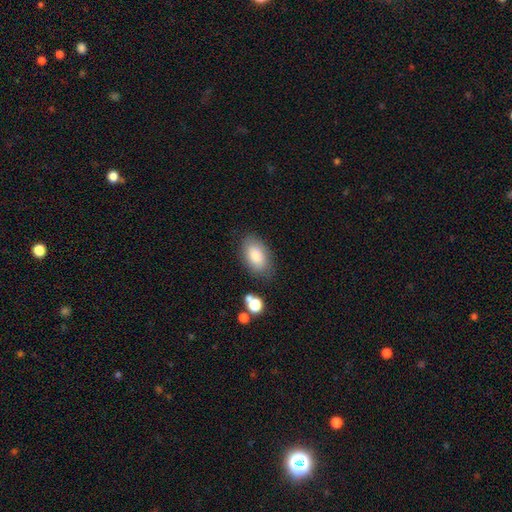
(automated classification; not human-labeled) The model was most divided on "merging": none: 77%, minor disturbance: 15%, major disturbance: 5%, merger: 3%. More confident: how rounded — in between (93%); smooth or featured — smooth (84%).